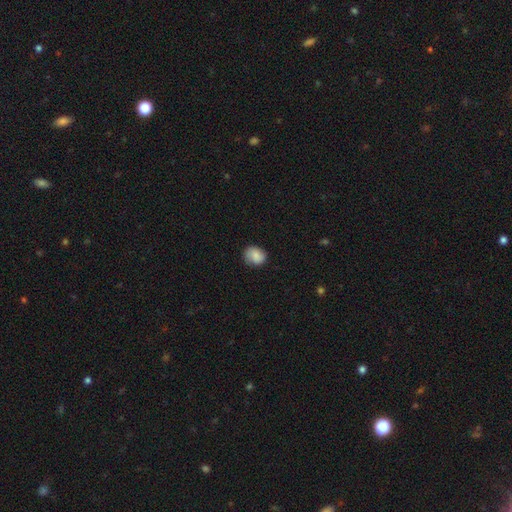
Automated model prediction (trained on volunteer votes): Smooth or featured? smooth (81%)
How rounded? round (65%)
Merging? none (73%)